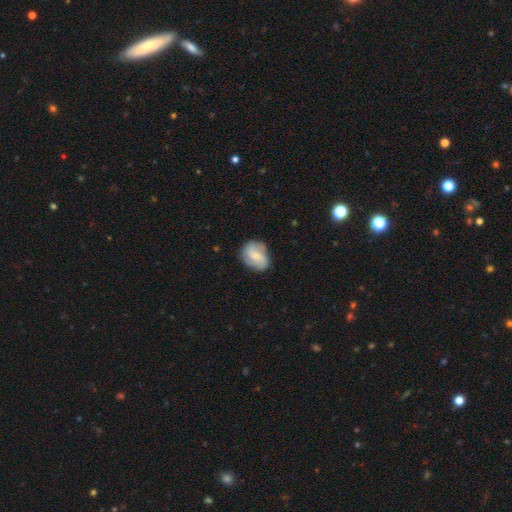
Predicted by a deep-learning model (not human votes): smooth 49%, featured or disk 44%, star or artifact 7%. Down the decision tree: merging — none (70%).